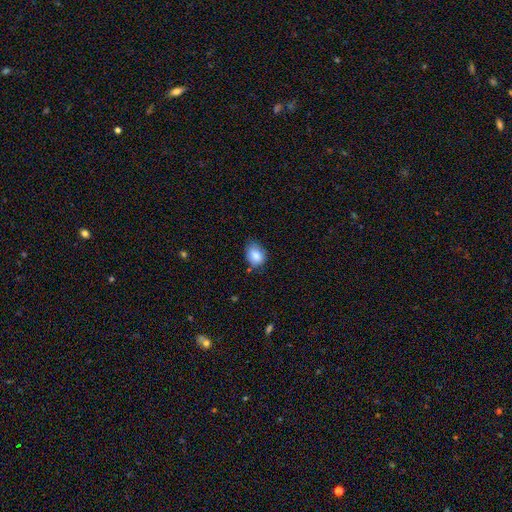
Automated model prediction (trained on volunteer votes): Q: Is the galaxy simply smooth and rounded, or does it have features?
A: smooth — 83%.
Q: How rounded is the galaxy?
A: in between — 64%.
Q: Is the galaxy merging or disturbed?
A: none — 66%.